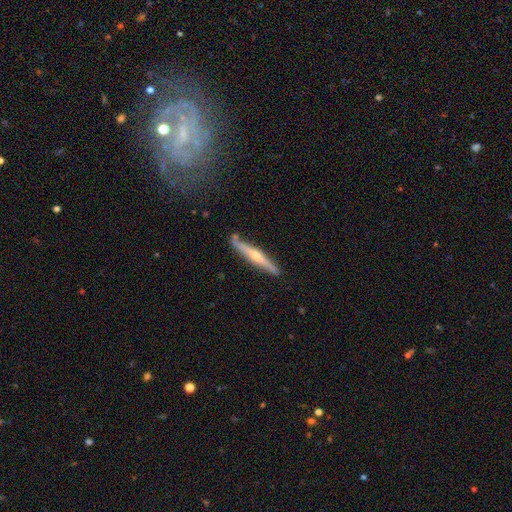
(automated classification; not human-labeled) smooth-or-featured: featured or disk: 64% | smooth: 31% | star or artifact: 5%
  disk-edge-on: yes: 95% | no: 5%
    edge-on-bulge: rounded: 83% | none: 14% | boxy: 3%
  merging: none: 81% | minor disturbance: 13% | merger: 3% | major disturbance: 2%